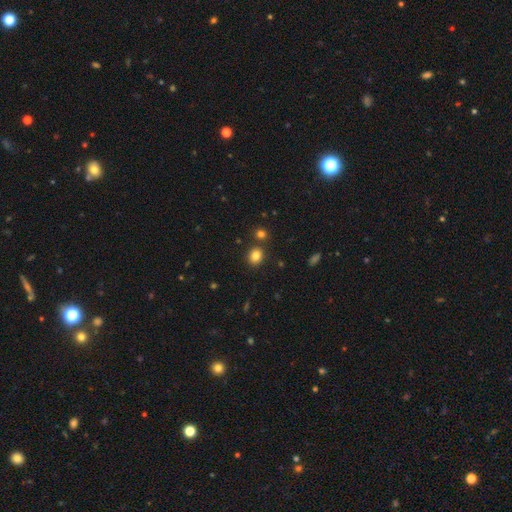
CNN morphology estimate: A smooth galaxy with no disk features (82%) that is round (72%).

Vote fractions:
- Smooth or featured? smooth: 82% / star or artifact: 13% / featured or disk: 5%
- How rounded? round: 72% / in between: 27% / cigar-shaped: 1%
- Merging? none: 81% / merger: 8% / minor disturbance: 8% / major disturbance: 3%